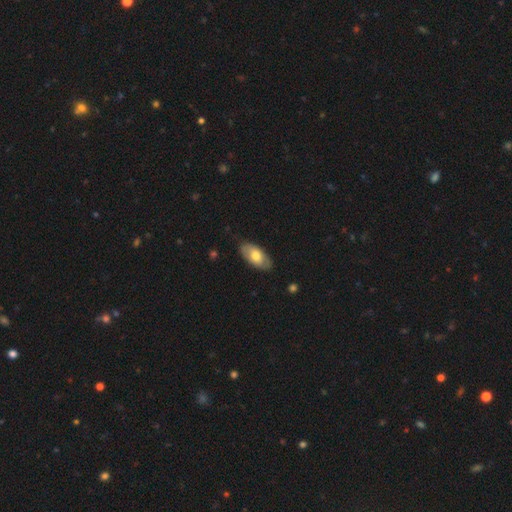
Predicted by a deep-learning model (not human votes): Smooth or featured: smooth — 63% (featured or disk — 31%)
How rounded: in between — 93% (cigar-shaped — 4%)
Merging: none — 82% (minor disturbance — 14%)